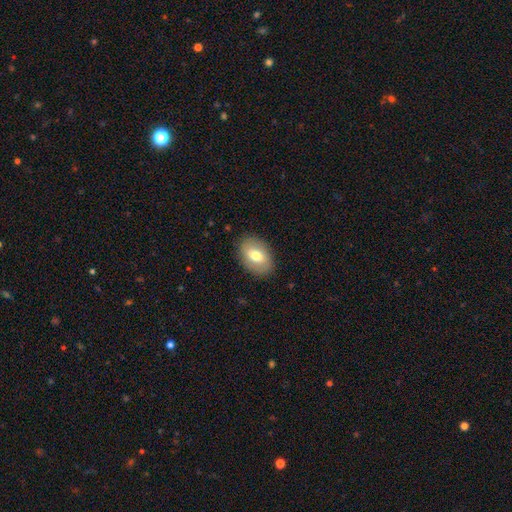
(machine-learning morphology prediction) Q: Smooth or featured?
A: smooth (68%); runner-up: featured or disk (25%)
Q: How rounded?
A: in between (86%); runner-up: round (12%)
Q: Merging?
A: none (85%); runner-up: minor disturbance (11%)